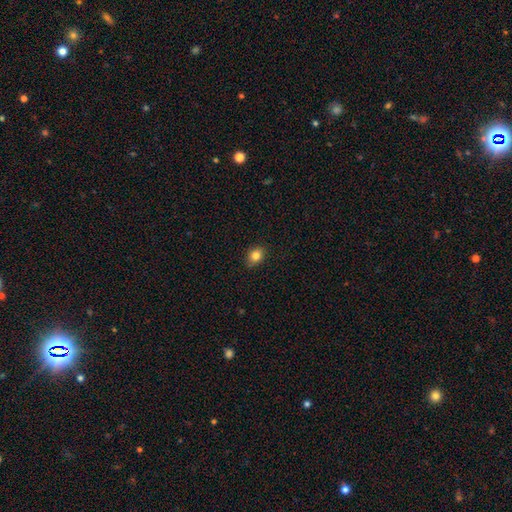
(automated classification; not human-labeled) A smooth galaxy with no disk features (83%) that is in between round and cigar-shaped (59%). Merging: none (87%).